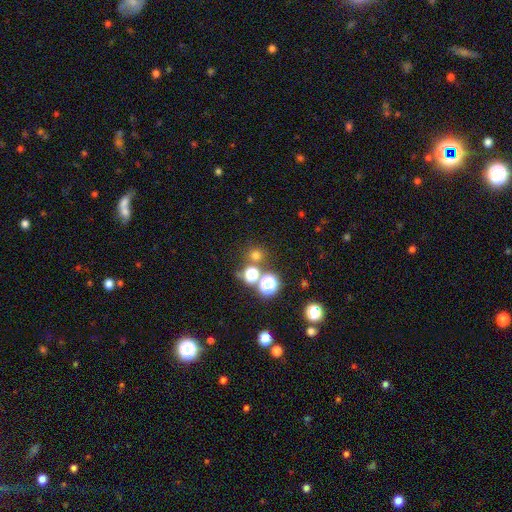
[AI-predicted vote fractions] Morphology: type=smooth (64%); roundness=round (91%); merging=none (73%).